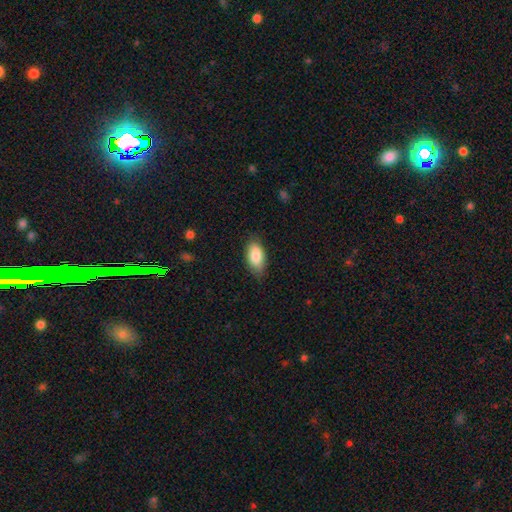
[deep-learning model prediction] smooth 85%, featured or disk 9%, star or artifact 6%. Down the decision tree: how rounded — in between (92%); merging — none (78%).